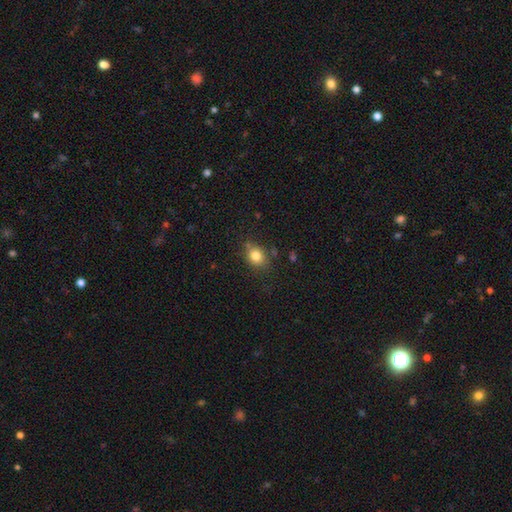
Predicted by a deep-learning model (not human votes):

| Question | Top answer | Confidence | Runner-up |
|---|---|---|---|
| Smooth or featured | smooth | 80% | star or artifact (11%) |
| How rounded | in between | 51% | round (48%) |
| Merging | none | 72% | minor disturbance (20%) |